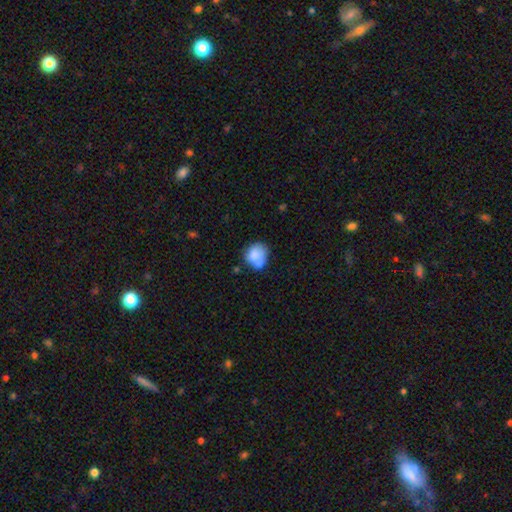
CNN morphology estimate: Smooth or featured? Predicted: smooth (p=0.76). How rounded? Predicted: round (p=0.70). Merging? Predicted: none (p=0.44).